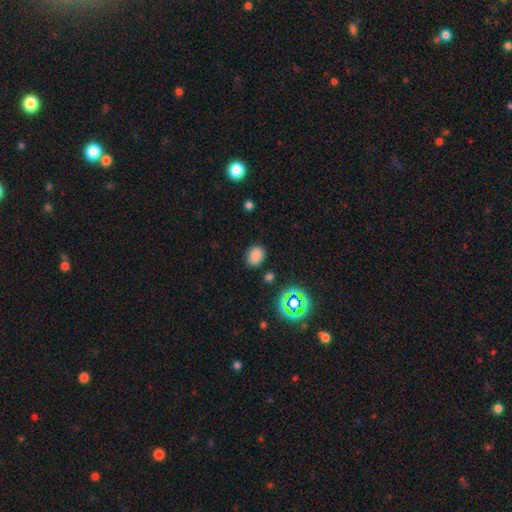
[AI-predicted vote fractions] The model was most divided on "how rounded": in between: 66%, round: 33%, cigar-shaped: 1%. More confident: merging — none (83%); smooth or featured — smooth (80%).